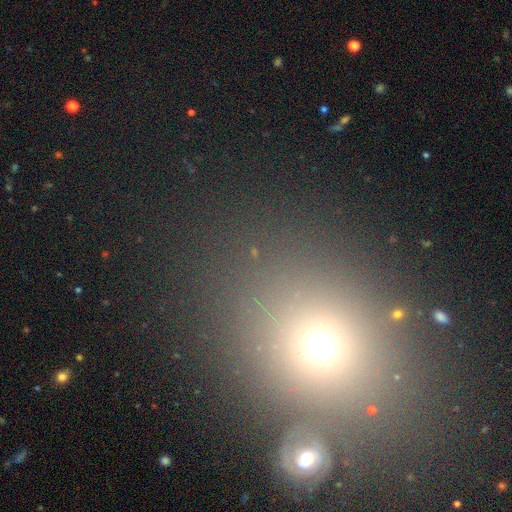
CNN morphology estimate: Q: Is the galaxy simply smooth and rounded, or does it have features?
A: smooth — 57%.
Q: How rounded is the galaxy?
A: round — 70%.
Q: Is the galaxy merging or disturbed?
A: none — 73%.